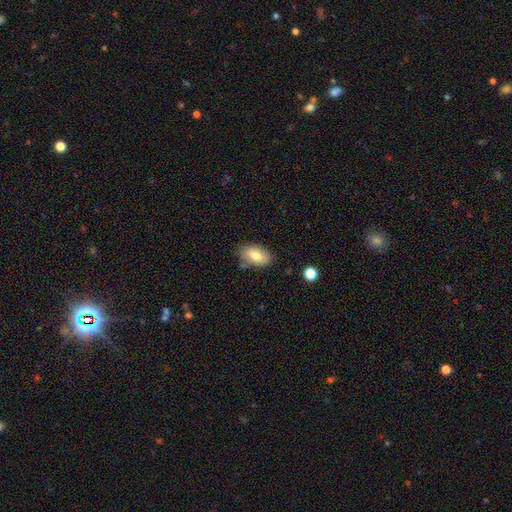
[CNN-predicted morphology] A smooth galaxy with no disk features (77%) that is in between round and cigar-shaped (92%).

Vote fractions:
- Smooth or featured? smooth: 77% / featured or disk: 15% / star or artifact: 8%
- How rounded? in between: 92% / round: 6% / cigar-shaped: 2%
- Merging? none: 77% / minor disturbance: 15% / merger: 4% / major disturbance: 3%